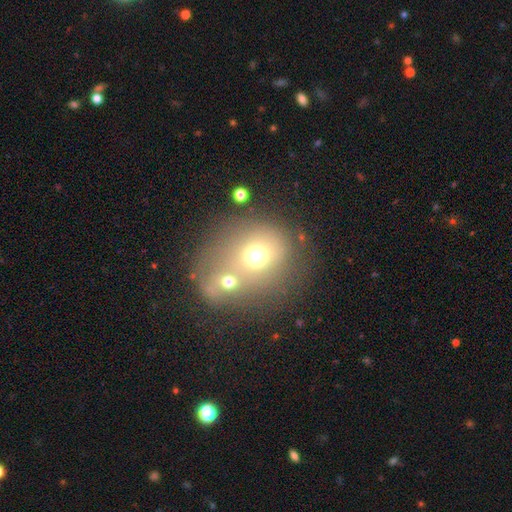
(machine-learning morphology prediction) A smooth galaxy with no disk features (65%) that is round (74%).

Vote fractions:
- Smooth or featured? smooth: 65% / featured or disk: 20% / star or artifact: 15%
- How rounded? round: 74% / in between: 25% / cigar-shaped: 1%
- Merging? merger: 50% / none: 32% / minor disturbance: 10% / major disturbance: 8%